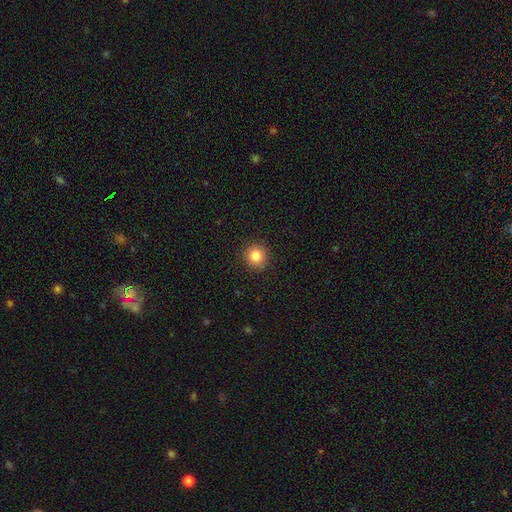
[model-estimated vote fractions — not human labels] This is clearly a smooth galaxy (84%). How rounded: clearly round (92%). Merging: clearly none (90%).